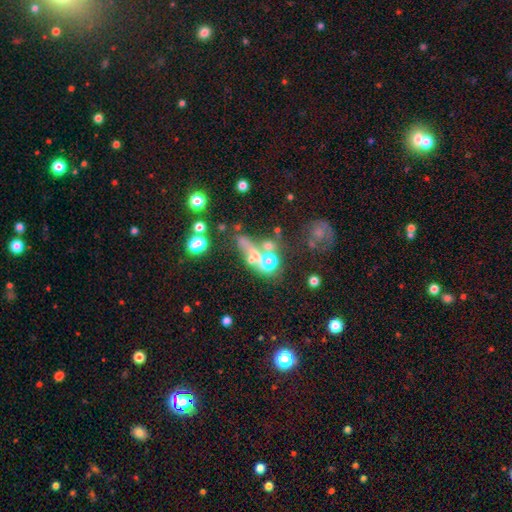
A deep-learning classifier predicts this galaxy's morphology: Q: Smooth or featured?
A: star or artifact (44%); runner-up: smooth (34%)